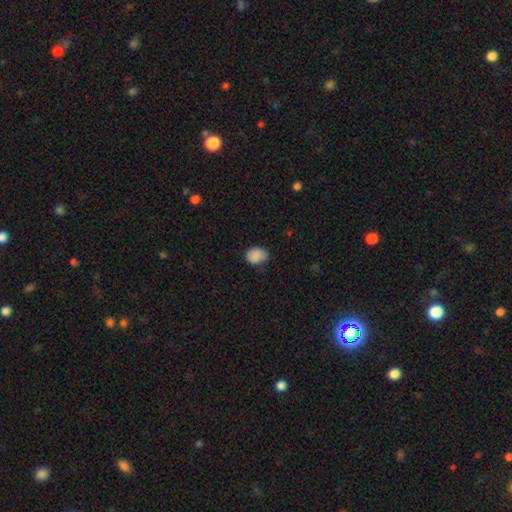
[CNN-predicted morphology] Smooth or featured: smooth — 86% (star or artifact — 8%)
How rounded: in between — 62% (round — 37%)
Merging: none — 66% (minor disturbance — 27%)